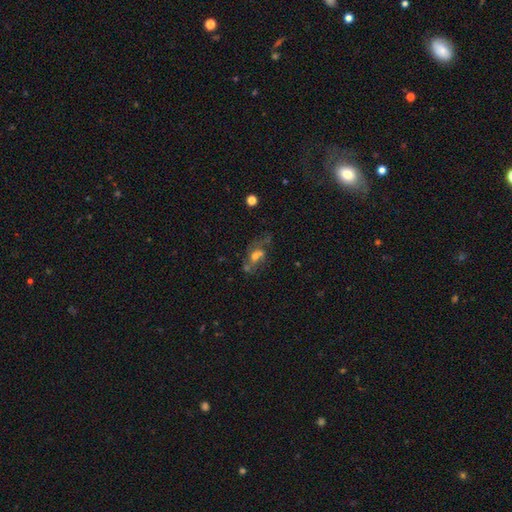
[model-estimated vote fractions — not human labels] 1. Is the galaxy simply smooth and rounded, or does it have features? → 51% featured or disk, 32% smooth, 17% star or artifact.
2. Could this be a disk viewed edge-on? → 94% no, 6% yes.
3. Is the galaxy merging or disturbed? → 35% none, 24% major disturbance, 23% merger, 18% minor disturbance.